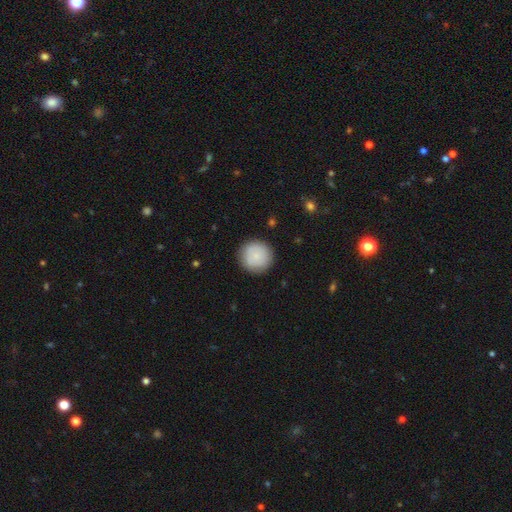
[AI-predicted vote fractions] This is clearly a smooth galaxy (83%). How rounded: clearly round (95%). Merging: clearly none (89%).